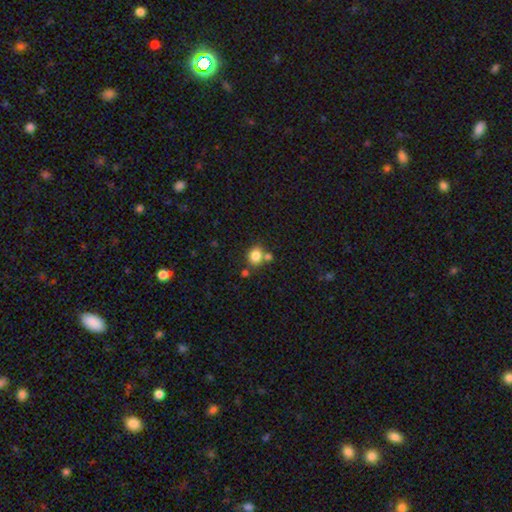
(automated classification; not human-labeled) smooth 83%, star or artifact 11%, featured or disk 6%. Down the decision tree: how rounded — round (67%); merging — none (65%).